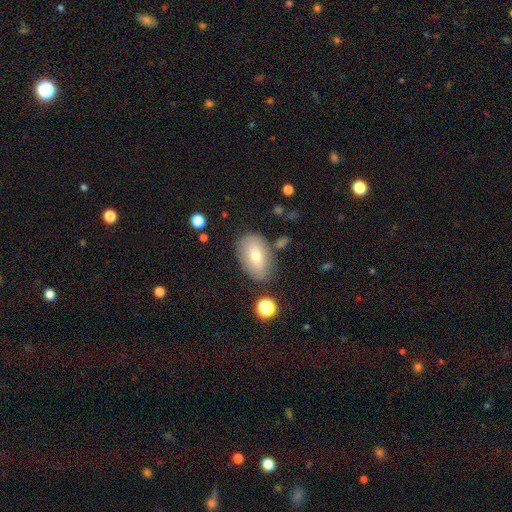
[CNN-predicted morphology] The model was most divided on "smooth or featured": smooth: 66%, featured or disk: 25%, star or artifact: 9%. More confident: how rounded — in between (90%); merging — none (73%).